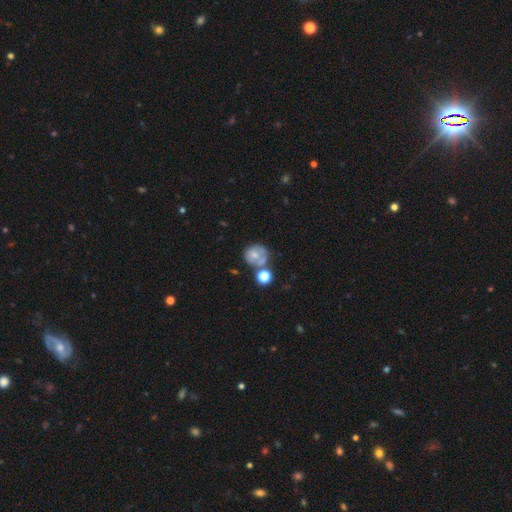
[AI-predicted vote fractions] smooth_or_featured: smooth (p=0.60) [alt: featured or disk p=0.29]
how_rounded: round (p=0.80) [alt: in between p=0.20]
merging: none (p=0.38) [alt: merger p=0.32]